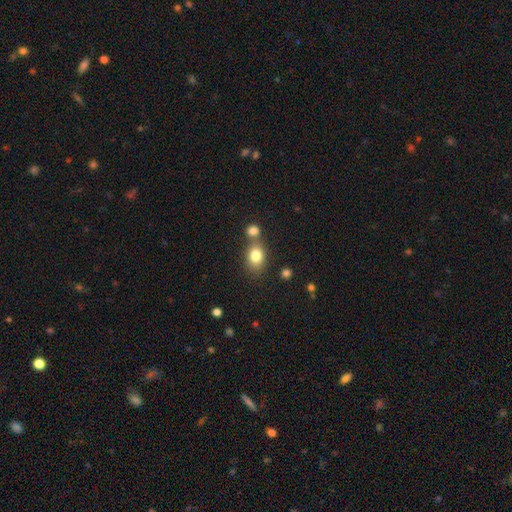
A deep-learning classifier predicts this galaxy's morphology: Smooth or featured: smooth — 80% (star or artifact — 10%)
How rounded: in between — 62% (round — 36%)
Merging: none — 55% (merger — 30%)